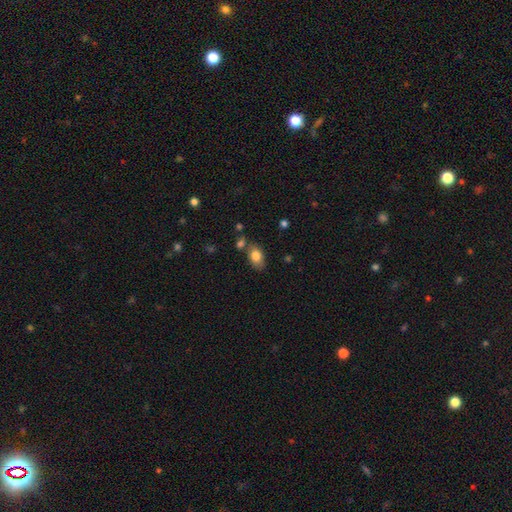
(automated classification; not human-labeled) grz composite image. It shows a smooth galaxy with no disk features (82%) that is in between round and cigar-shaped (86%). Merging: none (67%).